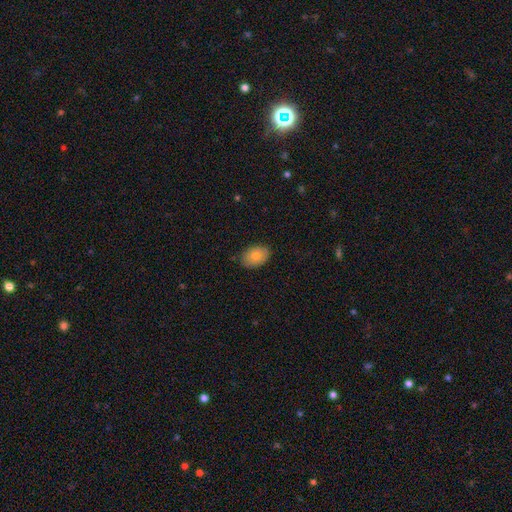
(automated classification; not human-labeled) Smooth or featured? smooth (78%)
How rounded? in between (84%)
Merging? none (86%)